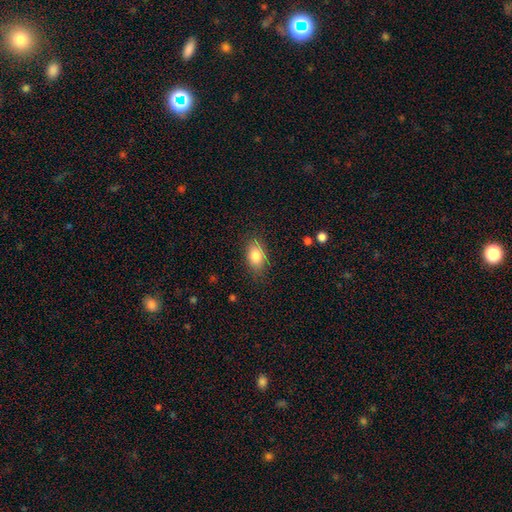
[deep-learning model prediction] Smooth or featured?
  - smooth: 82% *
  - featured or disk: 10%
  - star or artifact: 8%
How rounded?
  - in between: 84% *
  - round: 14%
  - cigar-shaped: 2%
Merging?
  - none: 80% *
  - minor disturbance: 15%
  - major disturbance: 4%
  - merger: 1%